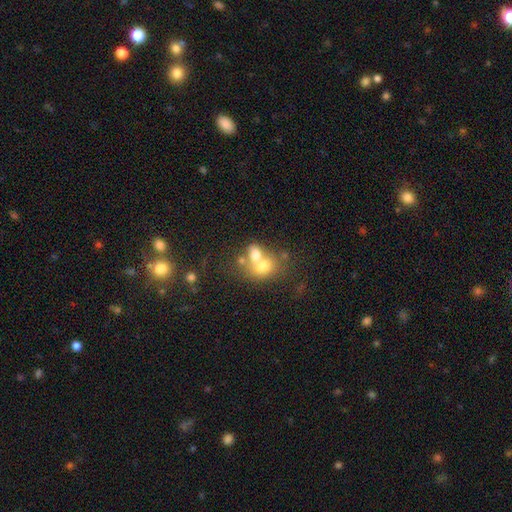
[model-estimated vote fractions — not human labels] The model was most divided on "how rounded": in between: 53%, round: 46%, cigar-shaped: 1%. More confident: smooth or featured — smooth (65%); merging — merger (65%).